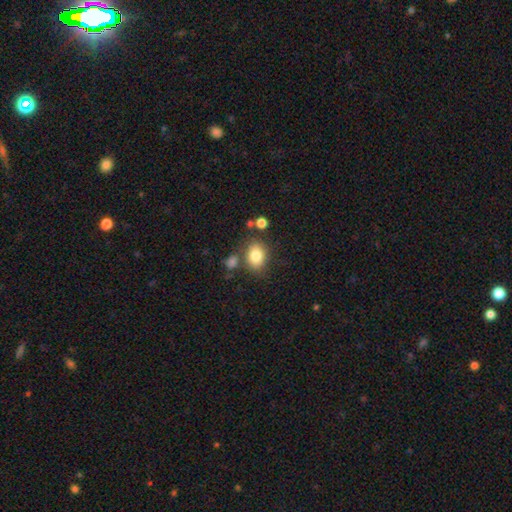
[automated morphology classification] smooth 82%, featured or disk 9%, star or artifact 9%. Down the decision tree: how rounded — in between (71%); merging — none (72%).